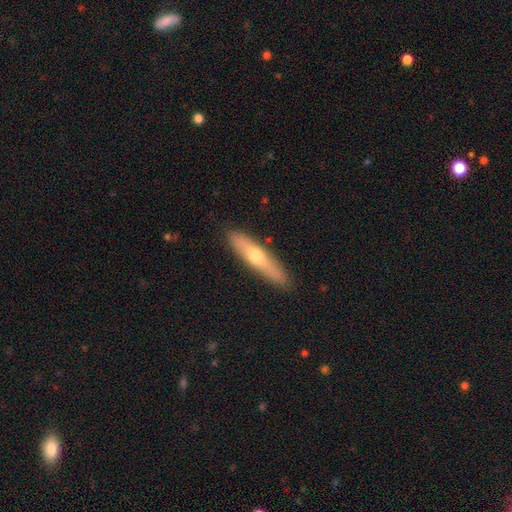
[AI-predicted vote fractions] Morphology: type=smooth (50%); roundness=cigar-shaped (80%); merging=none (88%).